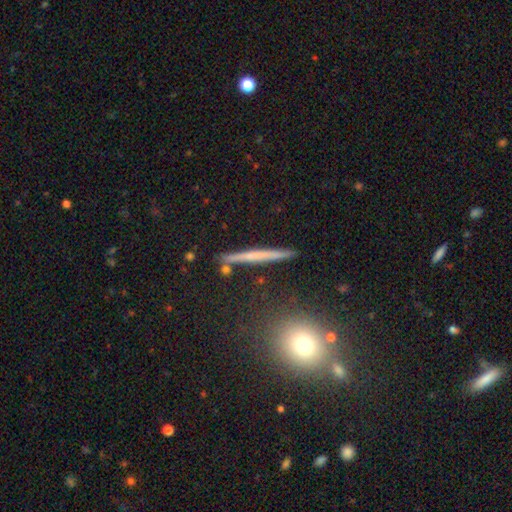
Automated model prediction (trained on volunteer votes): A featured or disk galaxy (51%) viewed edge-on (97%). Merging: none (89%).